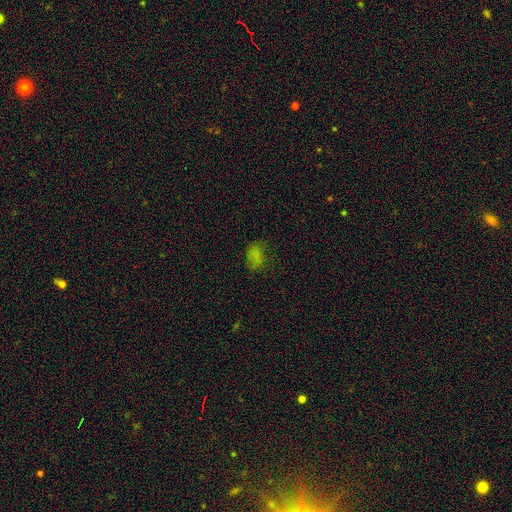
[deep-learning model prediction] smooth-or-featured: smooth: 68% | star or artifact: 22% | featured or disk: 10%
  how-rounded: in between: 85% | round: 13% | cigar-shaped: 2%
  merging: none: 58% | minor disturbance: 26% | major disturbance: 13% | merger: 2%